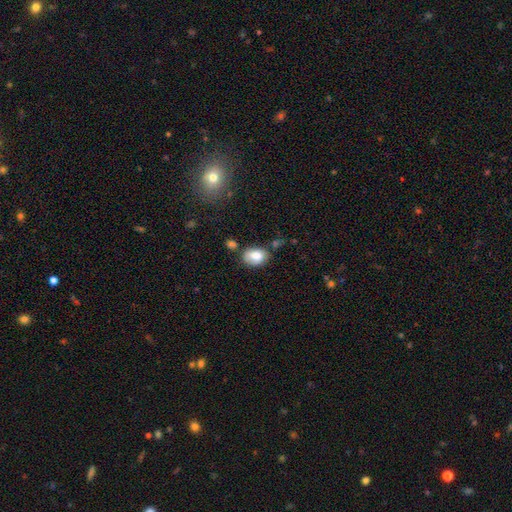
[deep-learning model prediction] Smooth or featured?
  - smooth: 79% *
  - featured or disk: 13%
  - star or artifact: 8%
How rounded?
  - in between: 76% *
  - round: 23%
  - cigar-shaped: 1%
Merging?
  - none: 61% *
  - minor disturbance: 24%
  - merger: 10%
  - major disturbance: 6%